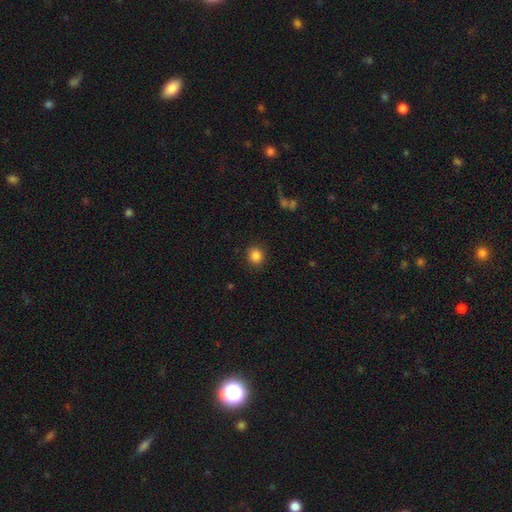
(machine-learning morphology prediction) smooth_or_featured: smooth (p=0.85) [alt: star or artifact p=0.11]
how_rounded: round (p=0.89) [alt: in between p=0.10]
merging: none (p=0.90) [alt: minor disturbance p=0.07]